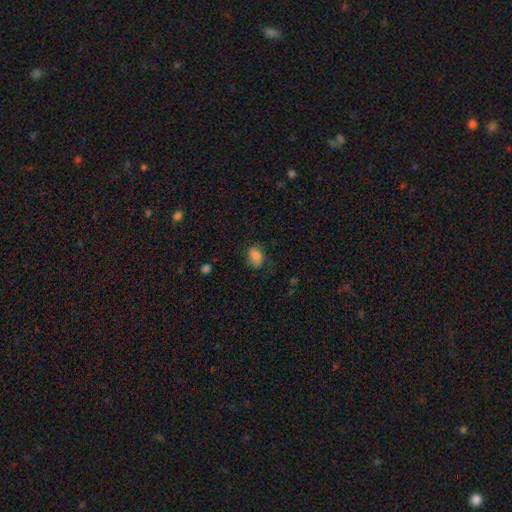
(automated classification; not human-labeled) Smooth or featured?
  - smooth: 81% *
  - featured or disk: 10%
  - star or artifact: 9%
How rounded?
  - in between: 79% *
  - round: 19%
  - cigar-shaped: 1%
Merging?
  - none: 72% *
  - minor disturbance: 21%
  - major disturbance: 6%
  - merger: 1%